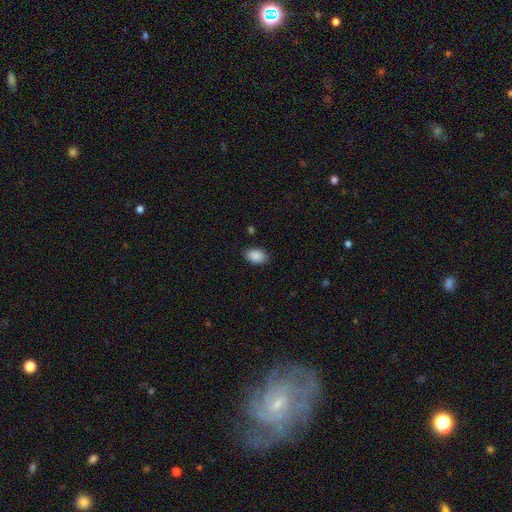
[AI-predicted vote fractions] The model was most divided on "merging": none: 86%, minor disturbance: 10%, major disturbance: 3%, merger: 1%. More confident: smooth or featured — smooth (90%); how rounded — in between (89%).